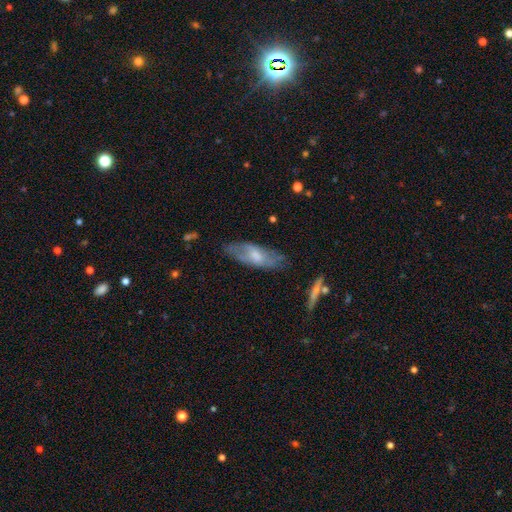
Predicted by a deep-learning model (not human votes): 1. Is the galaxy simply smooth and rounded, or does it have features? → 49% smooth, 45% featured or disk, 7% star or artifact.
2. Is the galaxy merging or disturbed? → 62% none, 26% minor disturbance, 9% major disturbance, 2% merger.